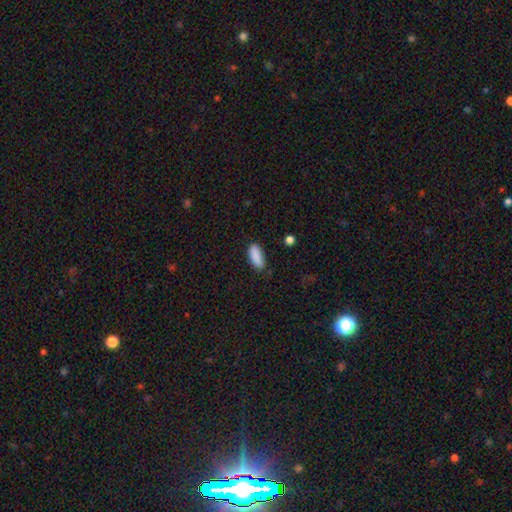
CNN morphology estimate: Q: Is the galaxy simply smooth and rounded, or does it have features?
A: smooth — 89%.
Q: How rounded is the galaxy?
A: in between — 83%.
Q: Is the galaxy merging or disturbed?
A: none — 79%.